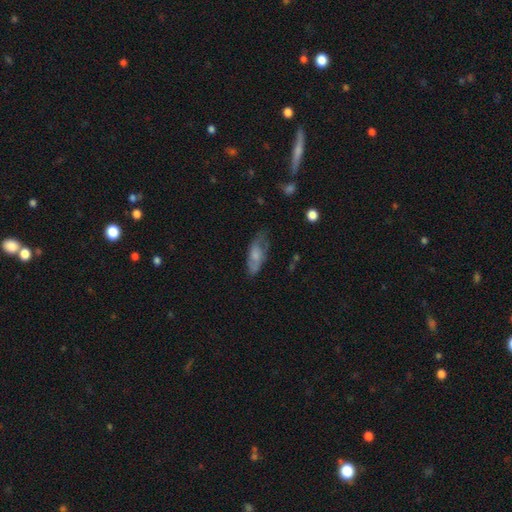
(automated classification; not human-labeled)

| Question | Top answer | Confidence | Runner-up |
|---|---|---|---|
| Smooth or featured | smooth | 56% | featured or disk (36%) |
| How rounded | in between | 76% | cigar-shaped (22%) |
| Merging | none | 55% | minor disturbance (30%) |